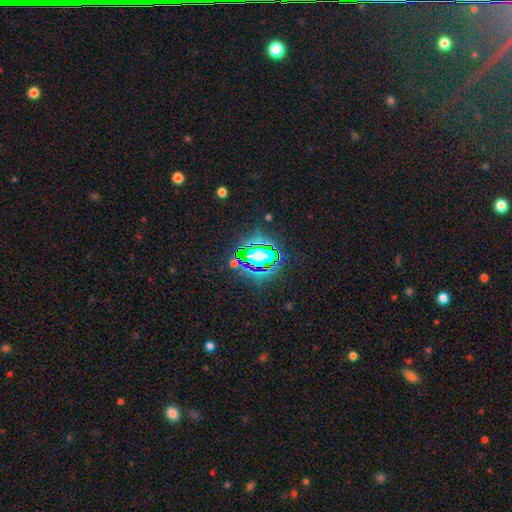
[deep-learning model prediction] This appears to be a star or artifact, not a galaxy (66%).